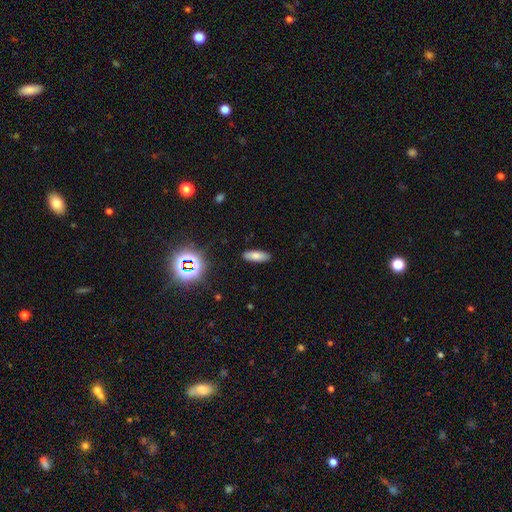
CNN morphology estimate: smooth 77%, star or artifact 13%, featured or disk 10%. Down the decision tree: how rounded — in between (62%); merging — none (89%).